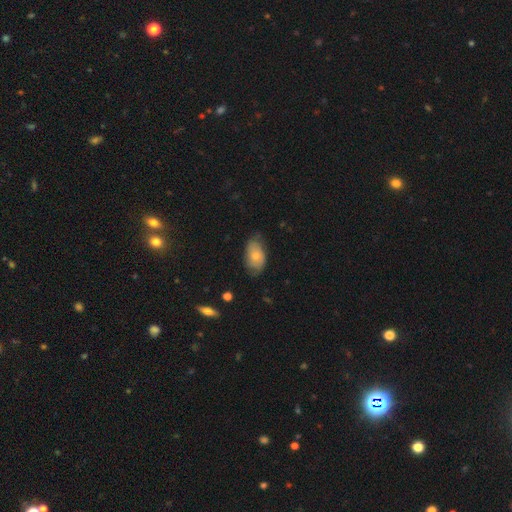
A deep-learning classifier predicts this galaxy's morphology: Smooth or featured? Predicted: smooth (p=0.68). How rounded? Predicted: in between (p=0.92). Merging? Predicted: none (p=0.63).